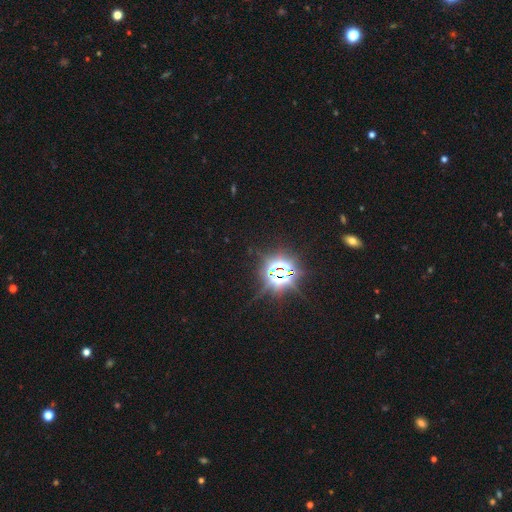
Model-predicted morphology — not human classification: Q: Smooth or featured?
A: star or artifact (85%); runner-up: smooth (10%)